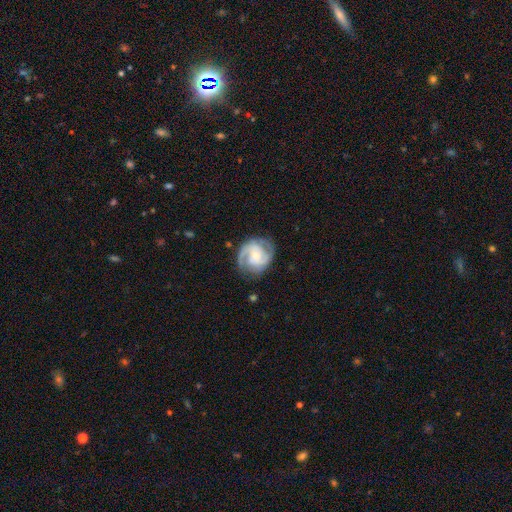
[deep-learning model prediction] Smooth or featured? Predicted: featured or disk (p=0.83). Edge-on disk? Predicted: no (p=0.98). Bar? Predicted: no (p=0.61). Spiral arms? Predicted: yes (p=0.95). Spiral winding? Predicted: medium (p=0.45). Spiral arm count? Predicted: 2 (p=0.71). Bulge size? Predicted: small (p=0.58). Merging? Predicted: none (p=0.73).